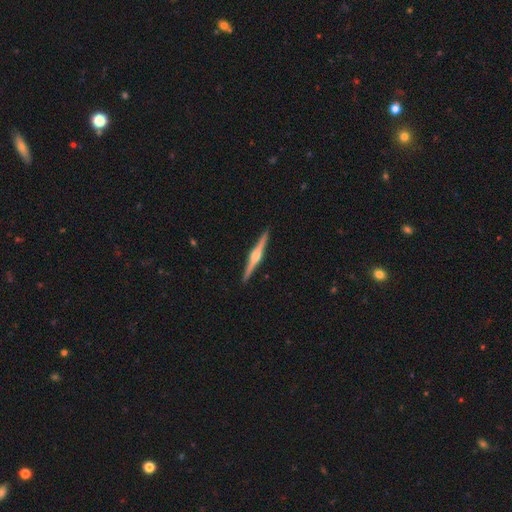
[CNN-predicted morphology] A featured or disk galaxy (83%) viewed edge-on (99%) with a rounded central bulge (90%).

Vote fractions:
- Smooth or featured? featured or disk: 83% / smooth: 12% / star or artifact: 4%
- Edge-on disk? yes: 99% / no: 1%
- Edge-on bulge? rounded: 90% / boxy: 7% / none: 3%
- Merging? none: 93% / minor disturbance: 5% / major disturbance: 1% / merger: 1%